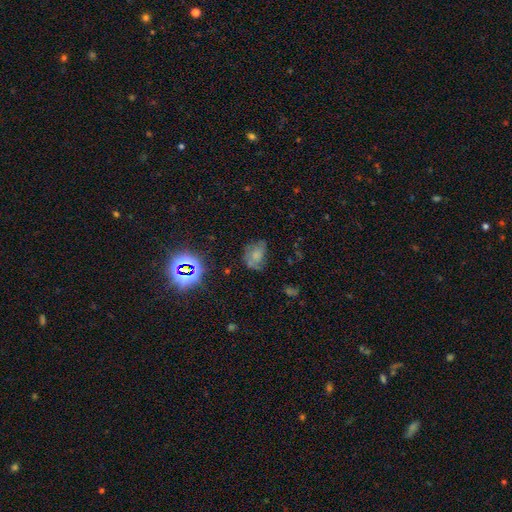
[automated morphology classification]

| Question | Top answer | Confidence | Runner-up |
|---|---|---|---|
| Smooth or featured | smooth | 53% | featured or disk (25%) |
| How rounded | in between | 69% | round (29%) |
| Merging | none | 48% | minor disturbance (29%) |